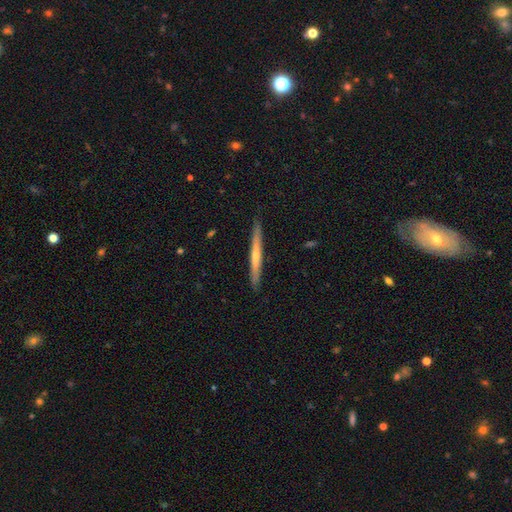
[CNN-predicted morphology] A featured or disk galaxy (56%) viewed edge-on (96%) with a rounded central bulge (50%).

Vote fractions:
- Smooth or featured? featured or disk: 56% / smooth: 39% / star or artifact: 5%
- Edge-on disk? yes: 96% / no: 4%
- Edge-on bulge? rounded: 50% / none: 47% / boxy: 4%
- Merging? none: 90% / minor disturbance: 8% / major disturbance: 1% / merger: 1%